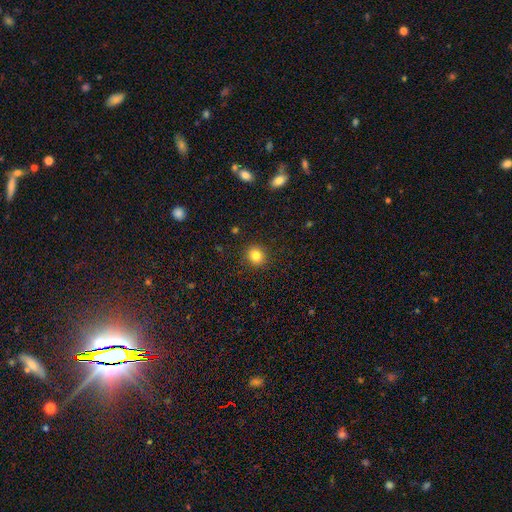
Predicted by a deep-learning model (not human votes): smooth_or_featured: smooth (p=0.83) [alt: star or artifact p=0.11]
how_rounded: round (p=0.86) [alt: in between p=0.13]
merging: none (p=0.90) [alt: minor disturbance p=0.07]